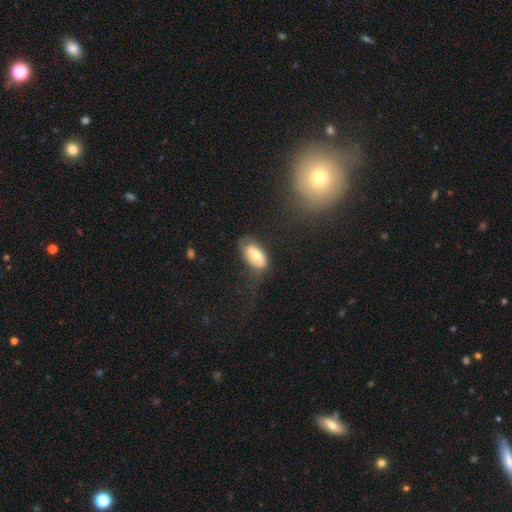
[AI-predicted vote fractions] Smooth or featured: smooth — 64% (featured or disk — 29%)
How rounded: in between — 91% (cigar-shaped — 6%)
Merging: none — 58% (minor disturbance — 25%)